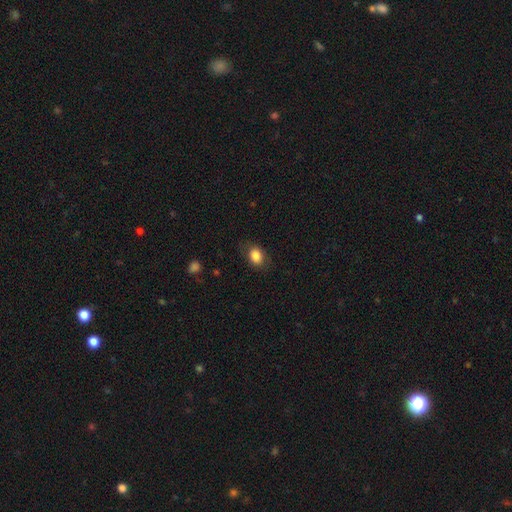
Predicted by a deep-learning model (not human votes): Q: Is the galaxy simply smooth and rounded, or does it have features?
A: smooth — 86%.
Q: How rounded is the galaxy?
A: in between — 71%.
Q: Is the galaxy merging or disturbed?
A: none — 78%.